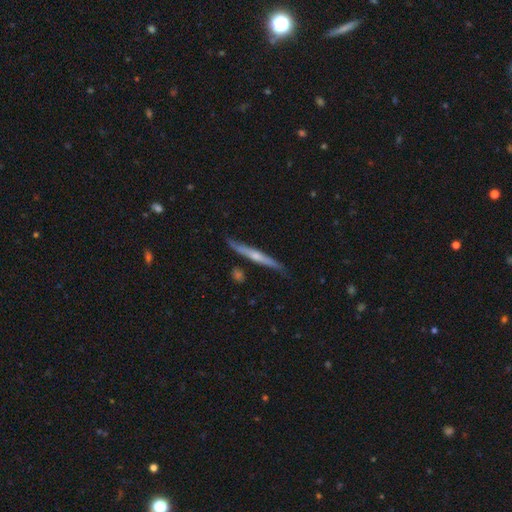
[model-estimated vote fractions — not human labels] This is likely a featured or disk galaxy (61%). It is clearly viewed edge-on (95%). Edge-on bulge: possibly rounded (56%). Merging: likely none (80%).